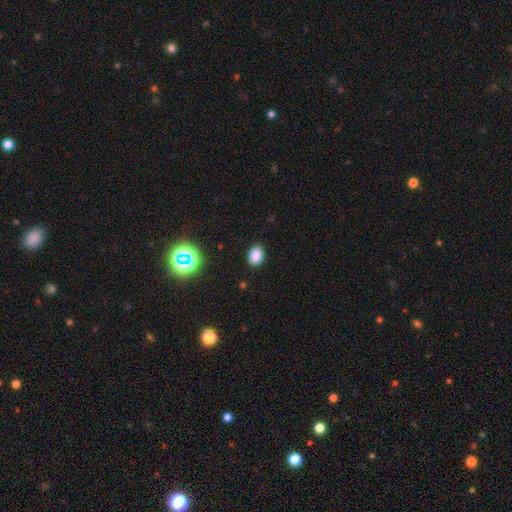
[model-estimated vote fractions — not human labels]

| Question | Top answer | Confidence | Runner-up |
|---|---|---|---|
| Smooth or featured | smooth | 84% | star or artifact (13%) |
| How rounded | in between | 76% | round (23%) |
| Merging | none | 89% | minor disturbance (8%) |